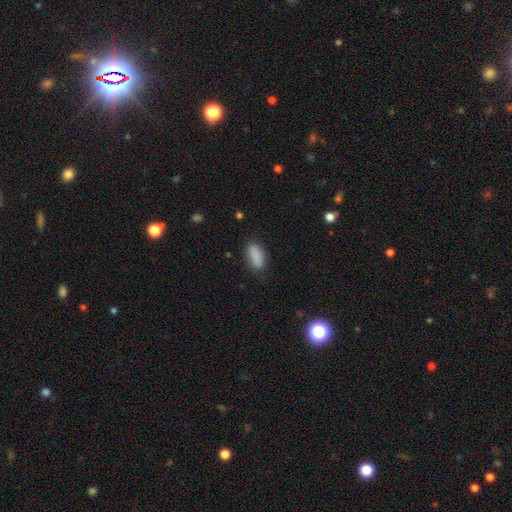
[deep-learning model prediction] Overall: smooth (87%). How rounded: in between (80%). Merging: none (76%).